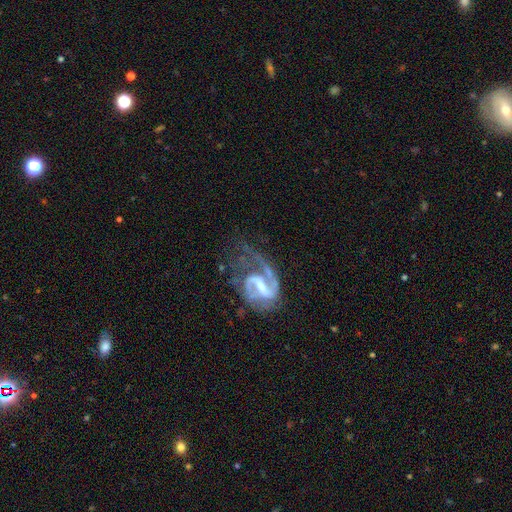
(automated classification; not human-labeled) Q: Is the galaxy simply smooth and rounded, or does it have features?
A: featured or disk — 85%.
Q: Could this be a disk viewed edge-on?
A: no — 97%.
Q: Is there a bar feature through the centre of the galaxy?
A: weak — 44%.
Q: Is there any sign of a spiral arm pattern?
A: yes — 94%.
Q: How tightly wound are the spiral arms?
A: medium — 48%.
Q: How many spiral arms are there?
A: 2 — 67%.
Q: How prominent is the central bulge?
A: small — 46%.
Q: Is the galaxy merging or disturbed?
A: none — 49%.